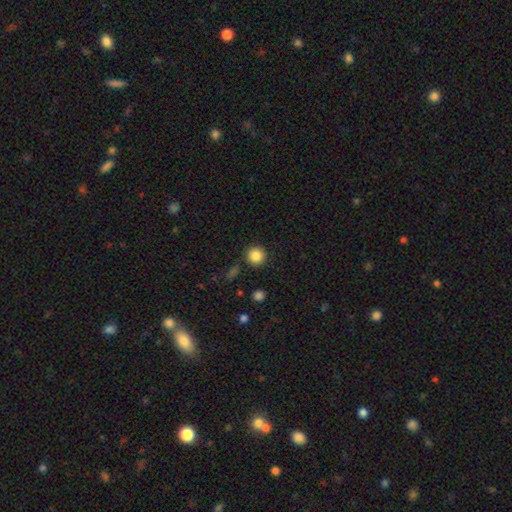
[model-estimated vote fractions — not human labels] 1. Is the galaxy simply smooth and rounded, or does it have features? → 86% smooth, 10% star or artifact, 4% featured or disk.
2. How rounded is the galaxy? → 94% round, 5% in between, 1% cigar-shaped.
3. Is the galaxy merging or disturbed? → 89% none, 6% minor disturbance, 3% merger, 2% major disturbance.